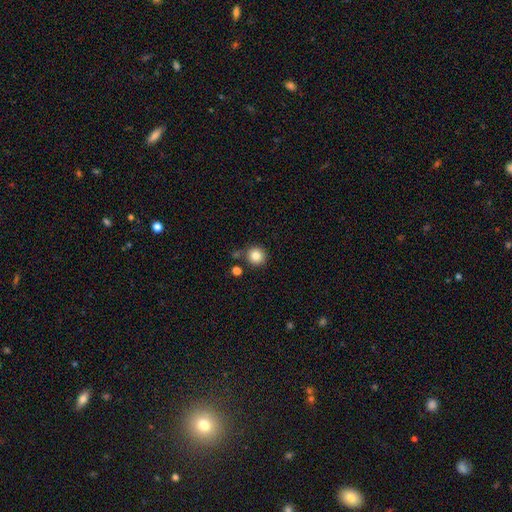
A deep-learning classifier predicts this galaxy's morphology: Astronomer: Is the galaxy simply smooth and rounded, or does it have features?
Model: smooth — 84%.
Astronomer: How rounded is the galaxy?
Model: round — 94%.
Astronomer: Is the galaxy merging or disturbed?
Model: none — 80%.